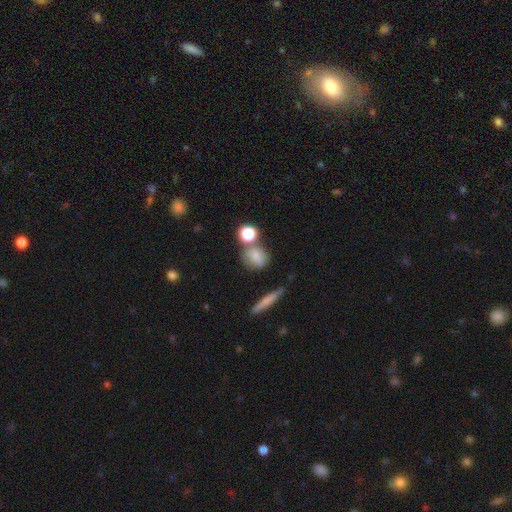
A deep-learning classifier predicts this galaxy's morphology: smooth_or_featured: smooth (p=0.74) [alt: featured or disk p=0.15]
how_rounded: round (p=0.69) [alt: in between p=0.27]
merging: none (p=0.59) [alt: merger p=0.22]